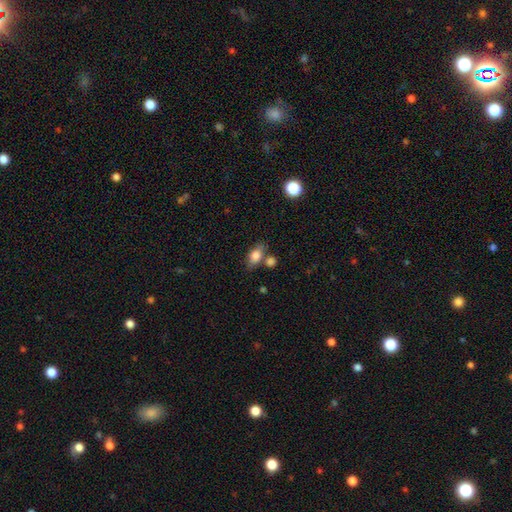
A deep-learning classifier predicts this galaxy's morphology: Smooth or featured?
  - smooth: 78% *
  - featured or disk: 13%
  - star or artifact: 8%
How rounded?
  - in between: 81% *
  - round: 12%
  - cigar-shaped: 6%
Merging?
  - none: 63% *
  - merger: 17%
  - minor disturbance: 15%
  - major disturbance: 5%